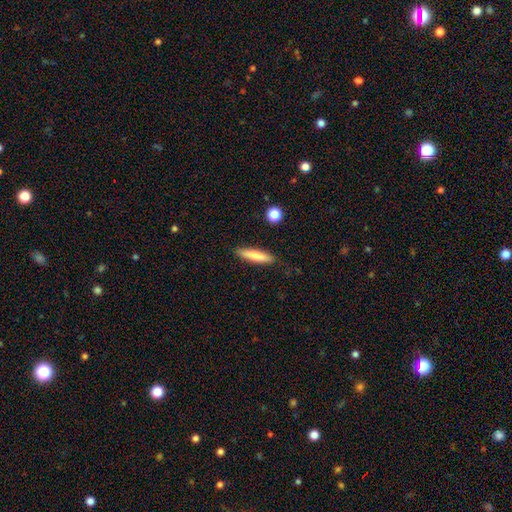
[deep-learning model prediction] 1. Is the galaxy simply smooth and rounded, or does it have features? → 76% smooth, 18% featured or disk, 6% star or artifact.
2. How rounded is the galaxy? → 83% cigar-shaped, 15% in between, 2% round.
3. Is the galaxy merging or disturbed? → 86% none, 10% minor disturbance, 2% major disturbance, 2% merger.